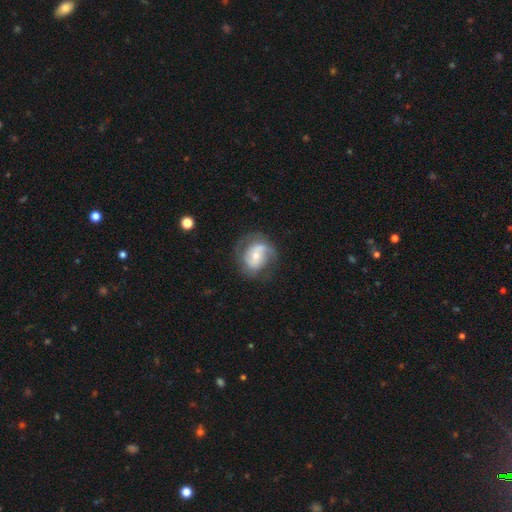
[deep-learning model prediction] Overall: featured or disk (68%). Edge-on disk: no (97%). Bar: no (51%; weak 34%). Spiral arms: yes (84%). Spiral arm count: 2 (65%). Spiral winding: medium (43%; loose 29%). Bulge size: small (48%; moderate 46%). Merging: none (59%; minor disturbance 23%).